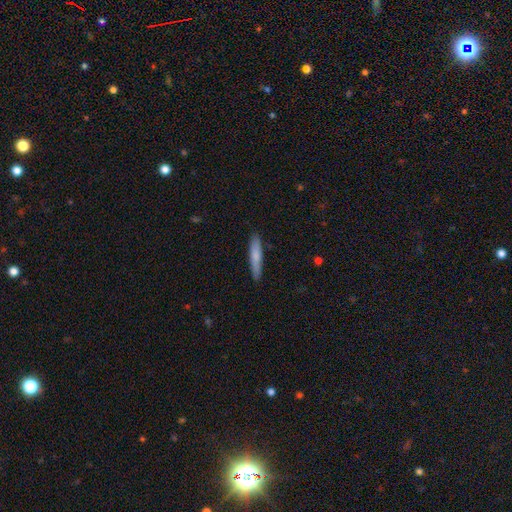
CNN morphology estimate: smooth 75%, featured or disk 20%, star or artifact 5%. Down the decision tree: how rounded — cigar-shaped (90%); merging — none (87%).